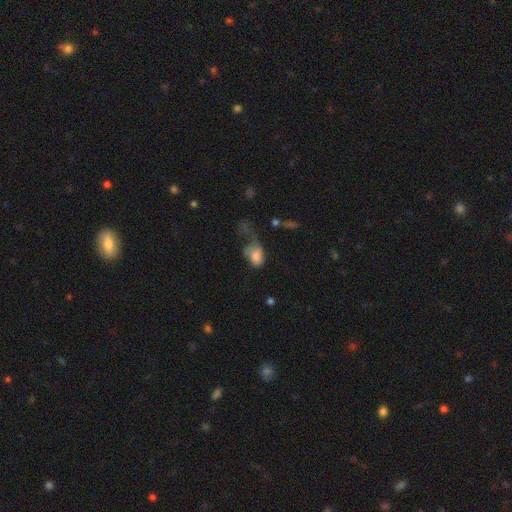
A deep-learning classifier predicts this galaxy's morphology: A smooth galaxy with no disk features (70%) that is in between round and cigar-shaped (78%). Merging: major disturbance (60%).